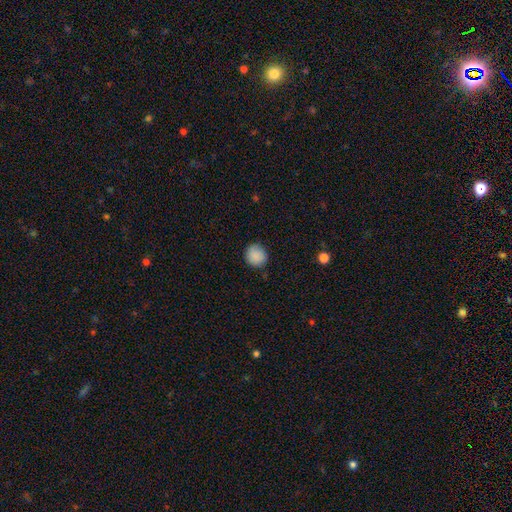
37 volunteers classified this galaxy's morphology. Overall: smooth (95%). How rounded: round (89%). Merging: none (89%).